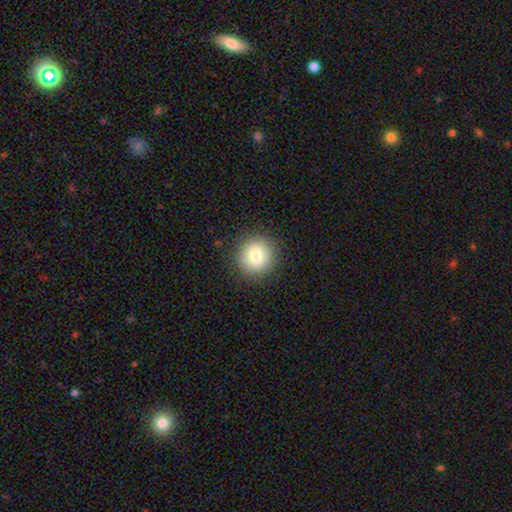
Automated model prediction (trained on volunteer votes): Overall: smooth (81%). How rounded: round (90%). Merging: none (89%).